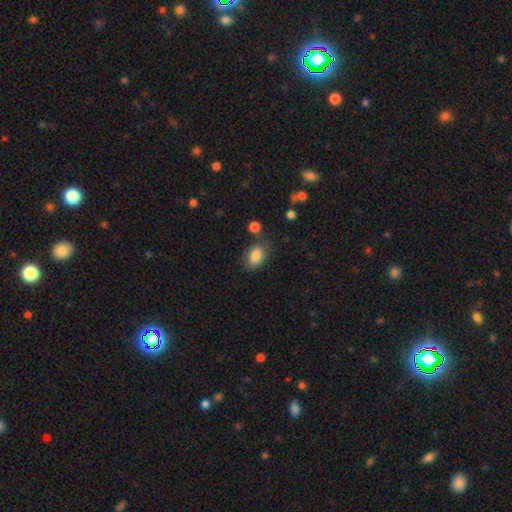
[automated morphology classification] smooth_or_featured: smooth (p=0.85) [alt: star or artifact p=0.08]
how_rounded: in between (p=0.85) [alt: round p=0.13]
merging: none (p=0.71) [alt: minor disturbance p=0.18]